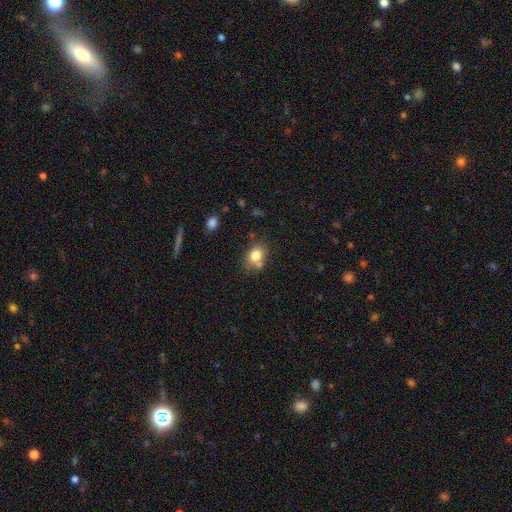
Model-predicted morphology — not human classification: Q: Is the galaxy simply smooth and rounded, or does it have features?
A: smooth — 79%.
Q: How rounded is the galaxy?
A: in between — 52%.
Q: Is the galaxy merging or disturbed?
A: none — 59%.